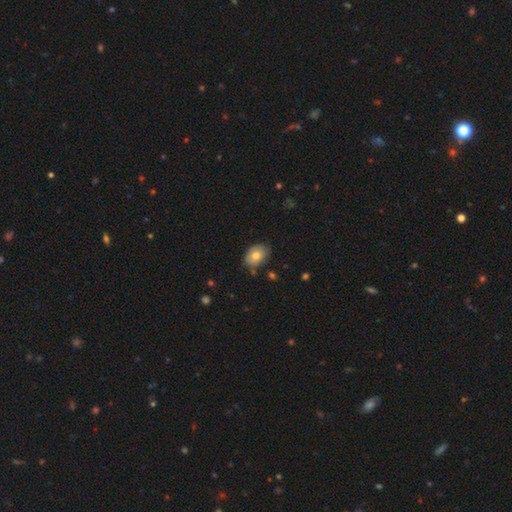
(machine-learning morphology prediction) This appears to be a smooth galaxy with no disk features (73%) that is in between round and cigar-shaped (81%). Merging: none (71%).